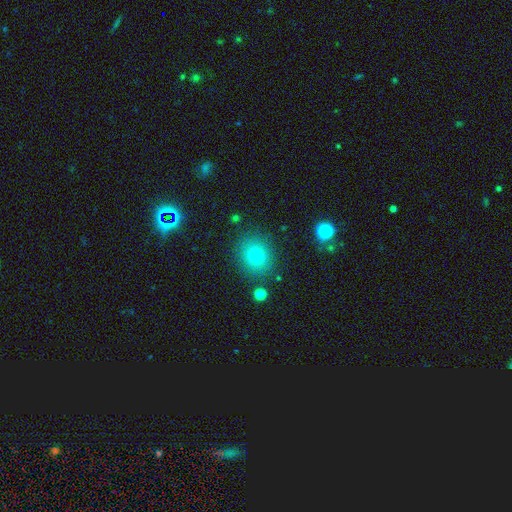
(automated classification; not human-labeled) Smooth or featured? smooth (75%)
How rounded? round (76%)
Merging? none (86%)